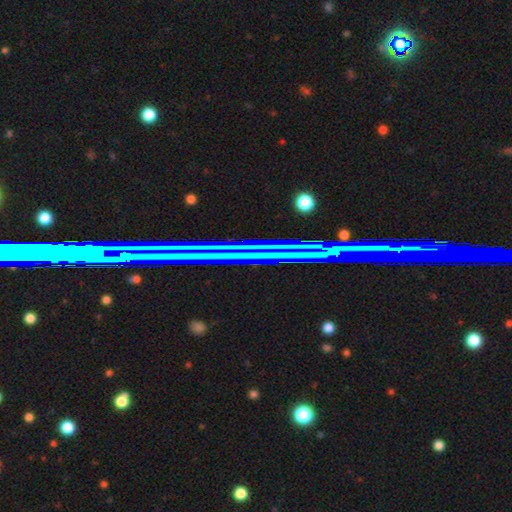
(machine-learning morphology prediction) smooth-or-featured: star or artifact: 66% | featured or disk: 22% | smooth: 12%